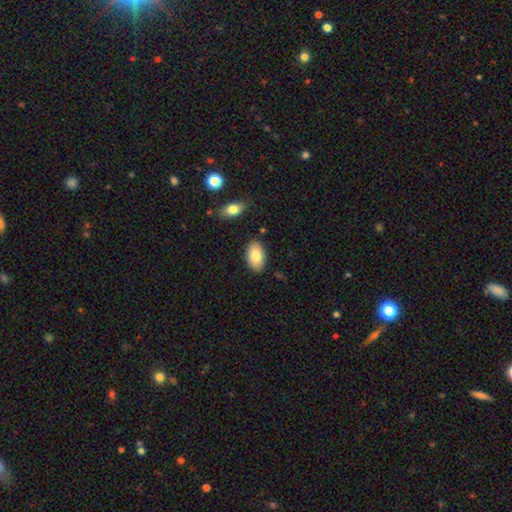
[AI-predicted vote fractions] A smooth galaxy with no disk features (82%) that is in between round and cigar-shaped (94%).

Vote fractions:
- Smooth or featured? smooth: 82% / featured or disk: 12% / star or artifact: 6%
- How rounded? in between: 94% / round: 5% / cigar-shaped: 1%
- Merging? none: 86% / minor disturbance: 10% / merger: 2% / major disturbance: 2%